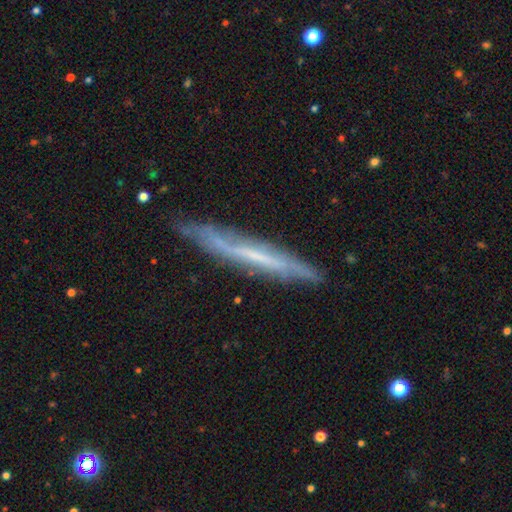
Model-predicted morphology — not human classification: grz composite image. It shows a featured or disk galaxy (65%) viewed edge-on (84%) with no central bulge (83%). Merging: none (78%).